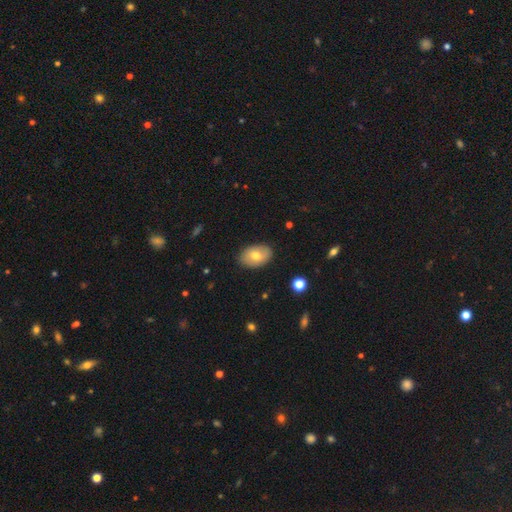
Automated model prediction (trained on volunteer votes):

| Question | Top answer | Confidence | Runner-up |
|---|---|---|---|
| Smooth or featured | smooth | 68% | featured or disk (25%) |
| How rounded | in between | 86% | round (12%) |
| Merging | none | 85% | minor disturbance (11%) |